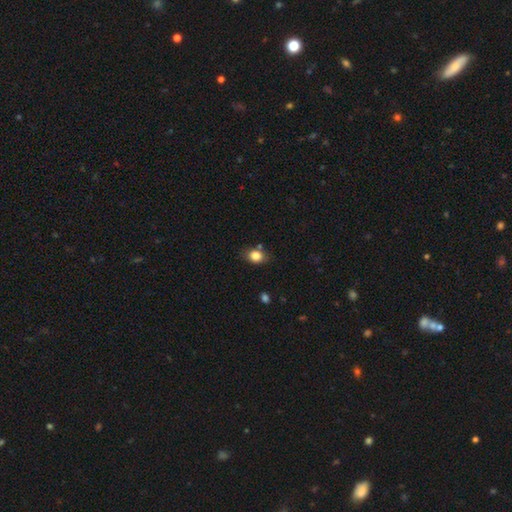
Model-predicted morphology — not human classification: A smooth galaxy with no disk features (83%) that is in between round and cigar-shaped (62%). Merging: none (75%).